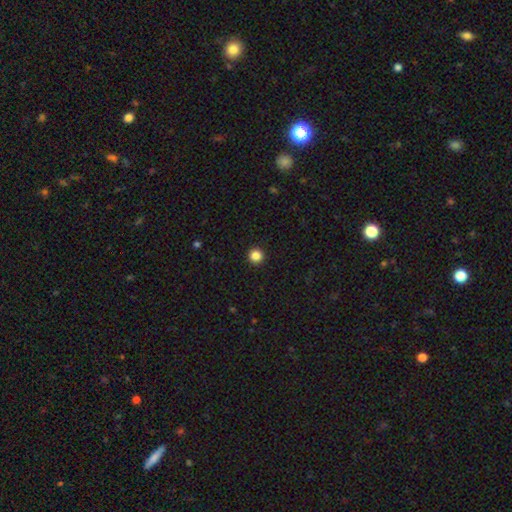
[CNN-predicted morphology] smooth-or-featured: smooth: 85% | star or artifact: 11% | featured or disk: 3%
  how-rounded: round: 96% | in between: 3% | cigar-shaped: 1%
  merging: none: 94% | minor disturbance: 4% | major disturbance: 1% | merger: 1%